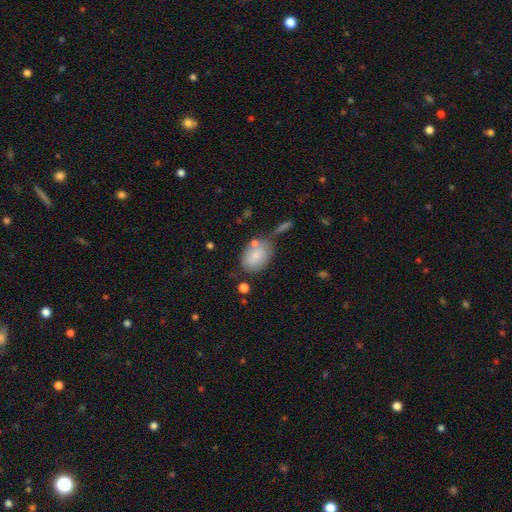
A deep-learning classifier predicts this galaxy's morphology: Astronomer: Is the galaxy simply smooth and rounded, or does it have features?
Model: smooth — 77%.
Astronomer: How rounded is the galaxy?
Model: in between — 80%.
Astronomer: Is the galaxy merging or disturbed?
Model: none — 53%.